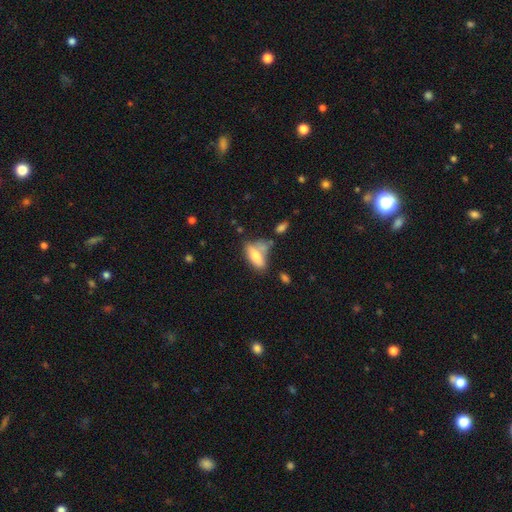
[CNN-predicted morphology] Smooth or featured?
  - smooth: 73% *
  - featured or disk: 19%
  - star or artifact: 8%
How rounded?
  - in between: 80% *
  - cigar-shaped: 17%
  - round: 3%
Merging?
  - none: 45% *
  - minor disturbance: 24%
  - merger: 20%
  - major disturbance: 11%